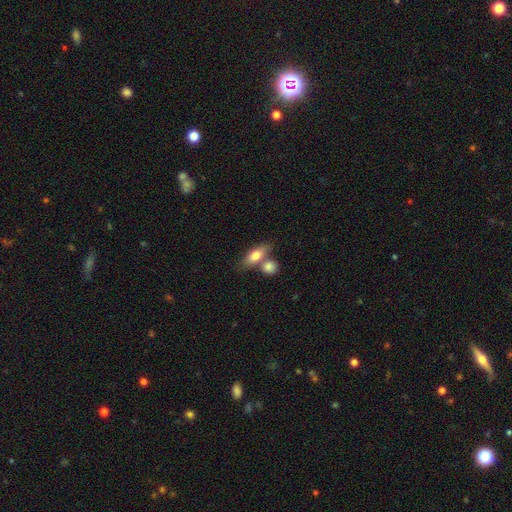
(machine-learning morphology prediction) type=smooth (74%); roundness=in between (73%); merging=none (46%).